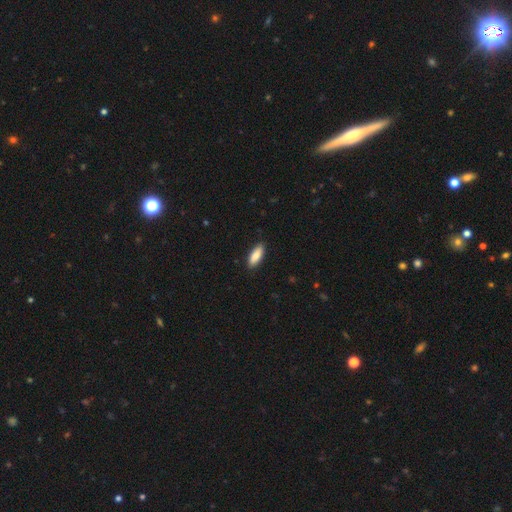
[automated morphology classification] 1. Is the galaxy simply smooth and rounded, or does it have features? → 87% smooth, 7% featured or disk, 6% star or artifact.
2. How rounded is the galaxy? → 73% in between, 25% cigar-shaped, 2% round.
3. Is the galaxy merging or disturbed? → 88% none, 10% minor disturbance, 2% major disturbance, 1% merger.